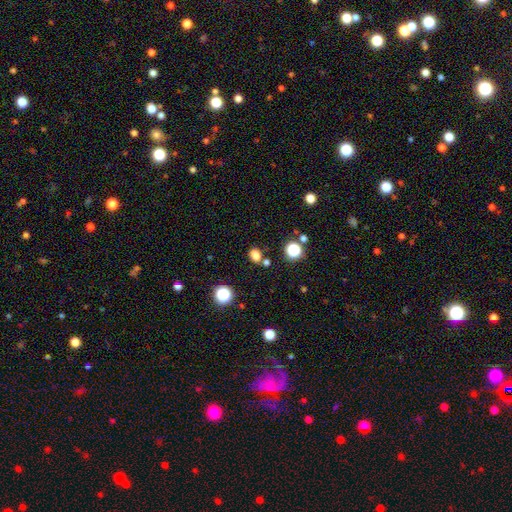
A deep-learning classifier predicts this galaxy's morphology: Overall: smooth (78%). How rounded: in between (58%; round 41%). Merging: none (76%).